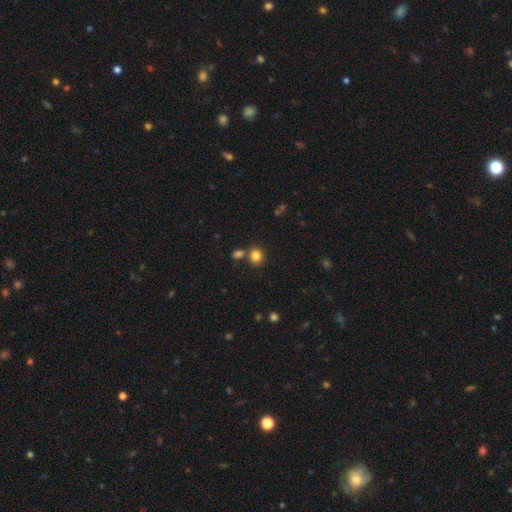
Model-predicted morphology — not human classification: Smooth or featured?
  - smooth: 83% *
  - star or artifact: 12%
  - featured or disk: 5%
How rounded?
  - round: 81% *
  - in between: 18%
  - cigar-shaped: 1%
Merging?
  - none: 70% *
  - merger: 18%
  - minor disturbance: 9%
  - major disturbance: 3%